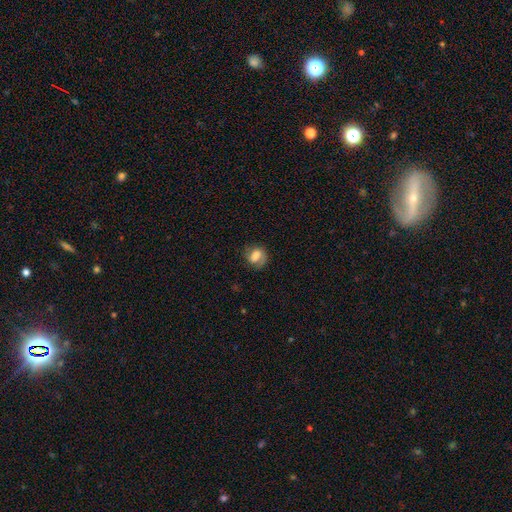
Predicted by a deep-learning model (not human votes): Smooth or featured: smooth — 59% (featured or disk — 32%)
How rounded: round — 52% (in between — 47%)
Merging: none — 67% (minor disturbance — 21%)